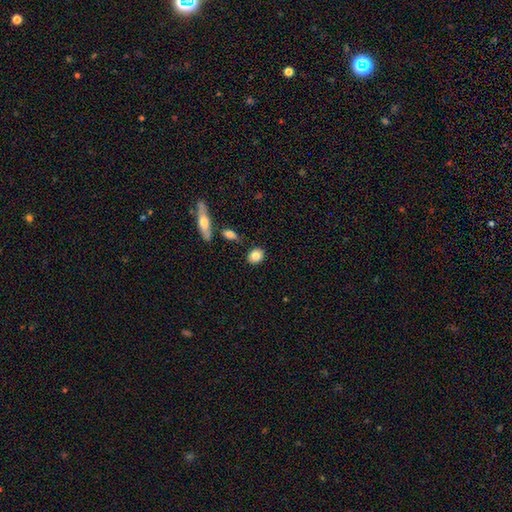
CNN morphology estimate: smooth_or_featured: smooth (p=0.84) [alt: featured or disk p=0.09]
how_rounded: in between (p=0.53) [alt: round p=0.45]
merging: none (p=0.83) [alt: minor disturbance p=0.10]